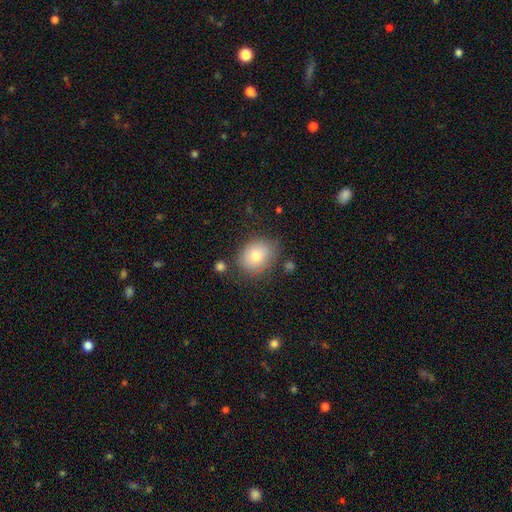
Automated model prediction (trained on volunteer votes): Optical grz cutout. It shows a smooth galaxy with no disk features (77%) that is in between round and cigar-shaped (54%). Merging: none (73%).